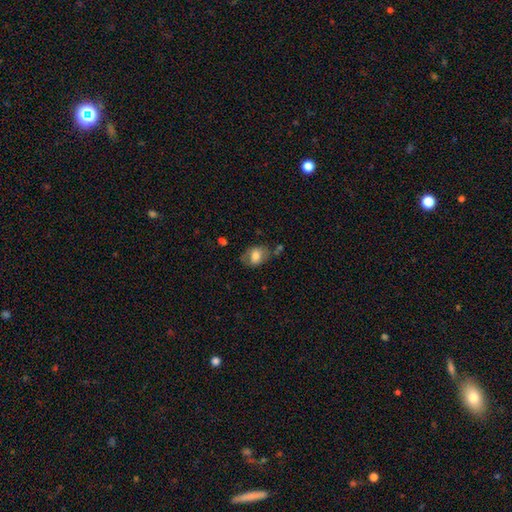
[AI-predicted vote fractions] Morphology: type=smooth (71%); roundness=in between (68%); merging=none (62%).